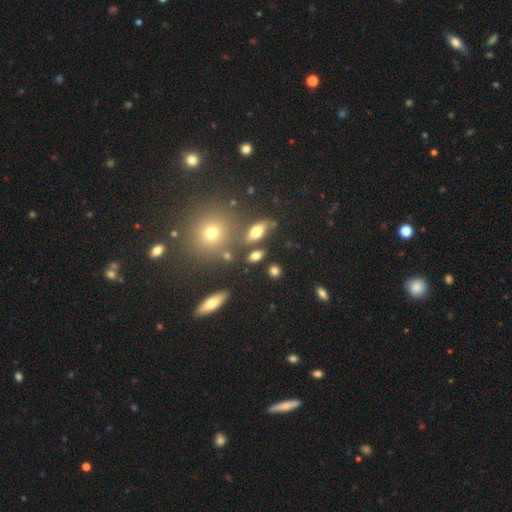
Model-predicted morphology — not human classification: A smooth galaxy with no disk features (69%) that is in between round and cigar-shaped (76%).

Vote fractions:
- Smooth or featured? smooth: 69% / featured or disk: 19% / star or artifact: 12%
- How rounded? in between: 76% / round: 13% / cigar-shaped: 11%
- Merging? none: 73% / minor disturbance: 12% / merger: 11% / major disturbance: 5%